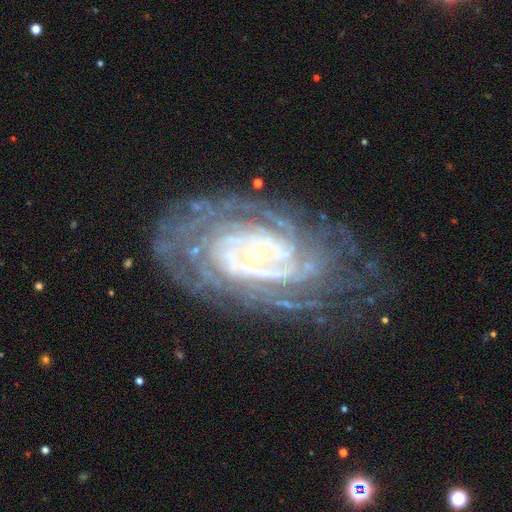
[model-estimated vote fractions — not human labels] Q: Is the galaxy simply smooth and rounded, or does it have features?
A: featured or disk — 89%.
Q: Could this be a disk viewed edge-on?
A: no — 95%.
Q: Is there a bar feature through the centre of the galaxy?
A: no — 65%.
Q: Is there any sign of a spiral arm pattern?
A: yes — 96%.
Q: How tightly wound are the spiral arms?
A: tight — 78%.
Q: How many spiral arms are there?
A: can't tell — 32%.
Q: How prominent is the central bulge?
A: small — 75%.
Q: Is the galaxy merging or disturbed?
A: none — 70%.